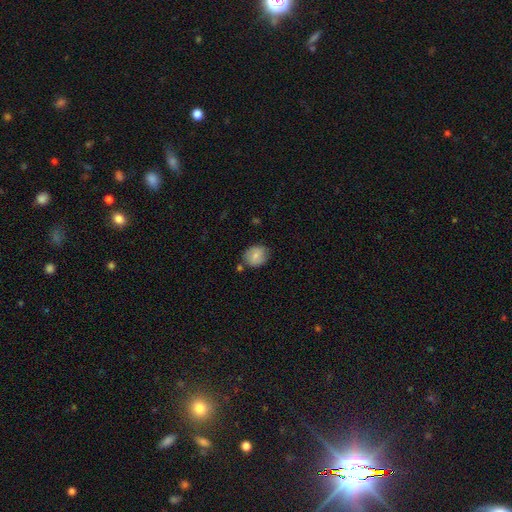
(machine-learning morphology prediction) Smooth or featured? Predicted: smooth (p=0.78). How rounded? Predicted: round (p=0.67). Merging? Predicted: none (p=0.75).